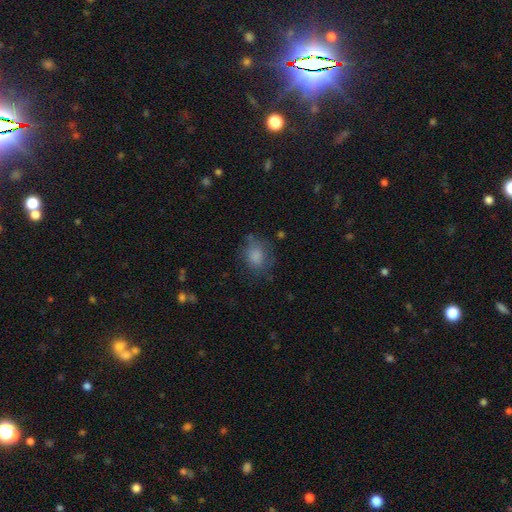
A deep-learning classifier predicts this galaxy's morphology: Smooth or featured: smooth — 81% (star or artifact — 10%)
How rounded: round — 58% (in between — 41%)
Merging: none — 66% (minor disturbance — 22%)